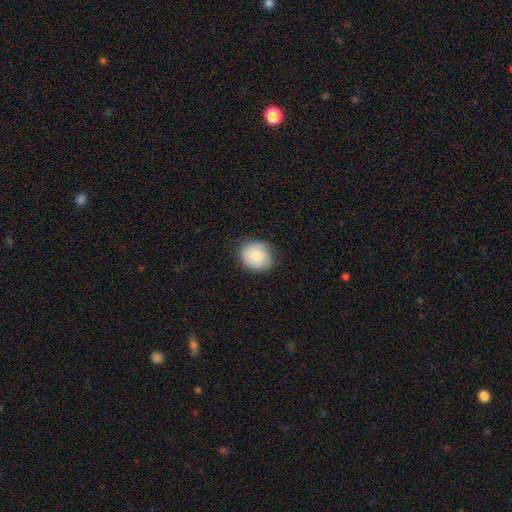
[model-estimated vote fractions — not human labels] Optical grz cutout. It shows a smooth galaxy with no disk features (78%) that is round (68%). Merging: none (75%).